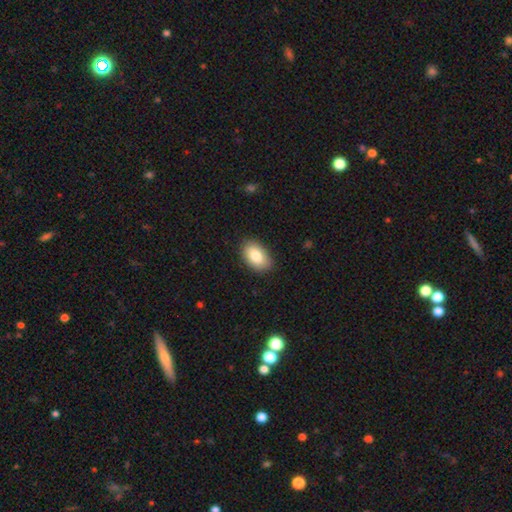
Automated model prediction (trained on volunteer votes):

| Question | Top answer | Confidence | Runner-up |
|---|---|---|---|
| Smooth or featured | smooth | 84% | featured or disk (9%) |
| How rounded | in between | 92% | round (6%) |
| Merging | none | 87% | minor disturbance (10%) |